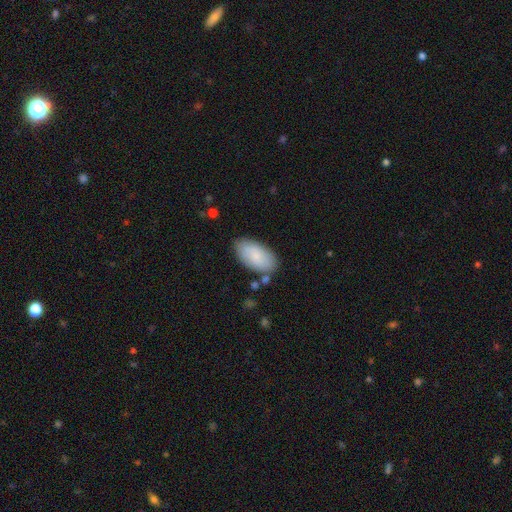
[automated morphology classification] This appears to be a smooth galaxy with no disk features (79%) that is in between round and cigar-shaped (95%). Merging: none (79%).